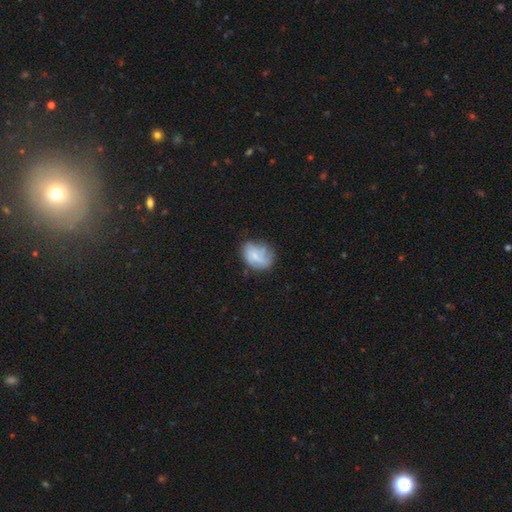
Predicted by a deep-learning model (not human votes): Smooth or featured? Predicted: smooth (p=0.48). Merging? Predicted: none (p=0.48).